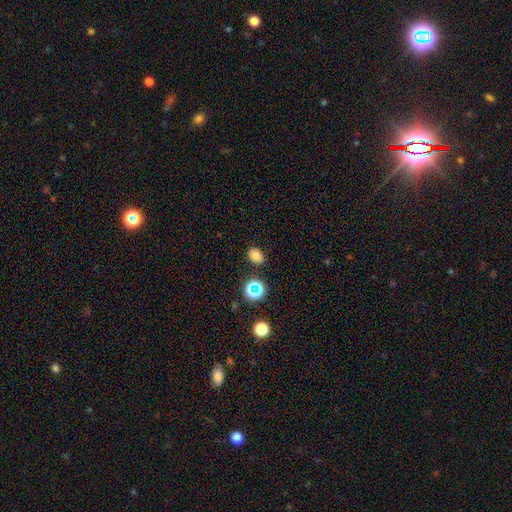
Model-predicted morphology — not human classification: A smooth galaxy with no disk features (74%) that is in between round and cigar-shaped (63%).

Vote fractions:
- Smooth or featured? smooth: 74% / star or artifact: 17% / featured or disk: 9%
- How rounded? in between: 63% / round: 36% / cigar-shaped: 1%
- Merging? none: 85% / minor disturbance: 9% / merger: 3% / major disturbance: 3%